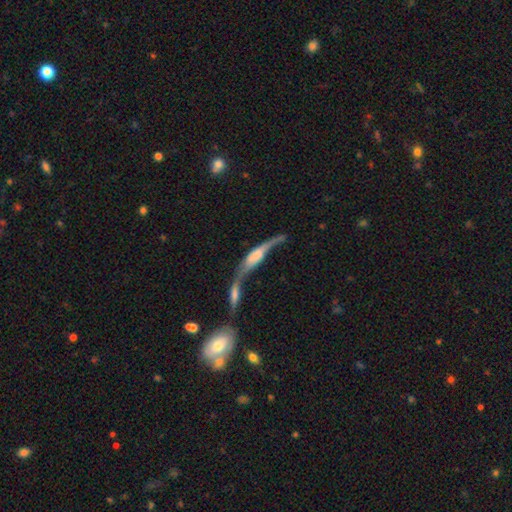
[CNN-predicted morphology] Smooth or featured? featured or disk (56%)
Edge-on disk? yes (58%)
Merging? merger (70%)